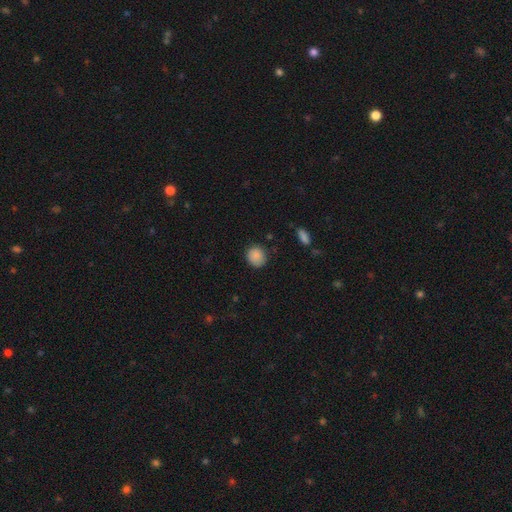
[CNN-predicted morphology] smooth-or-featured: smooth: 87% | star or artifact: 8% | featured or disk: 4%
  how-rounded: round: 81% | in between: 18% | cigar-shaped: 1%
  merging: none: 82% | minor disturbance: 14% | major disturbance: 3% | merger: 1%